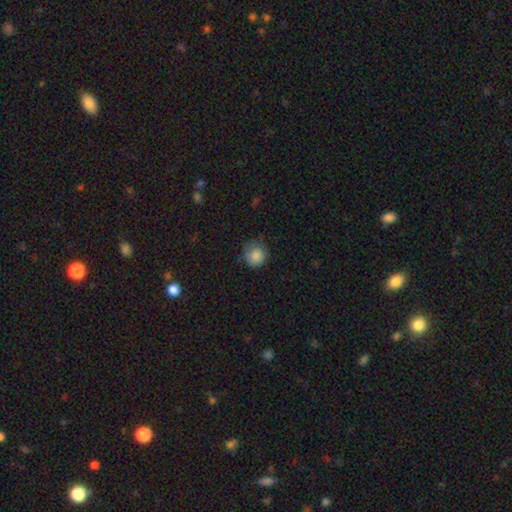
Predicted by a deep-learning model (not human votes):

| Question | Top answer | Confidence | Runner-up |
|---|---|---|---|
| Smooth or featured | smooth | 85% | star or artifact (9%) |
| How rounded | round | 89% | in between (10%) |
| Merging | none | 64% | minor disturbance (27%) |